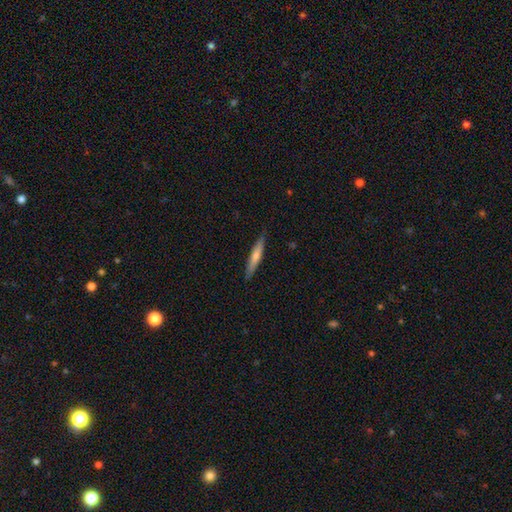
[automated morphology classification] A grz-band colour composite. It shows a smooth galaxy with no disk features (47%, tied with featured or disk). Merging: none (90%).